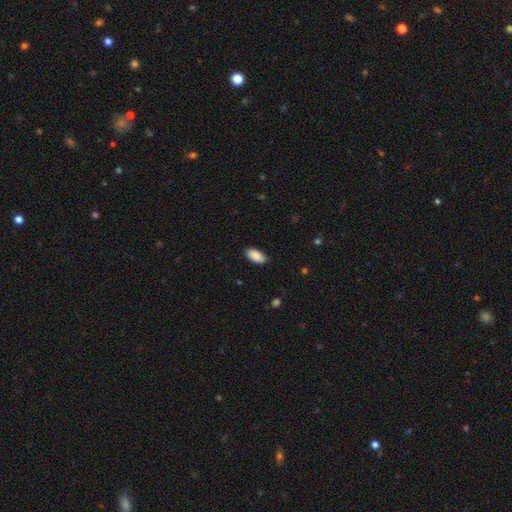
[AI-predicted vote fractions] This appears to be a smooth galaxy with no disk features (90%) that is in between round and cigar-shaped (94%). Merging: none (88%).